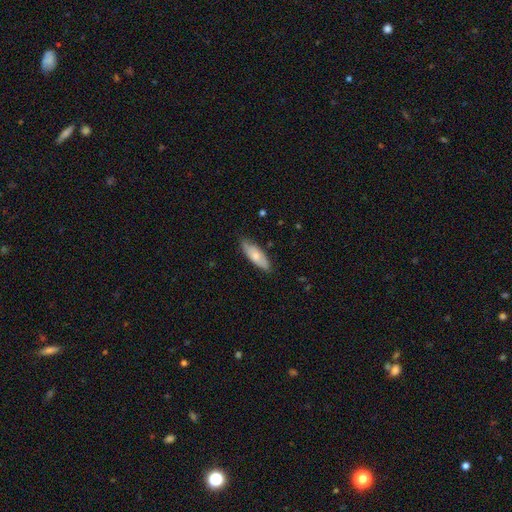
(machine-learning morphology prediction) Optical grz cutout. It shows a smooth galaxy with no disk features (66%) that is in between round and cigar-shaped (65%). Merging: none (76%).